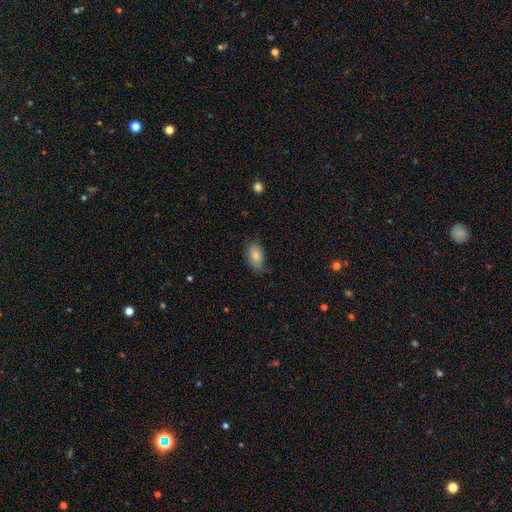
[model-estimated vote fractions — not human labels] Smooth or featured? smooth (84%)
How rounded? in between (92%)
Merging? none (67%)